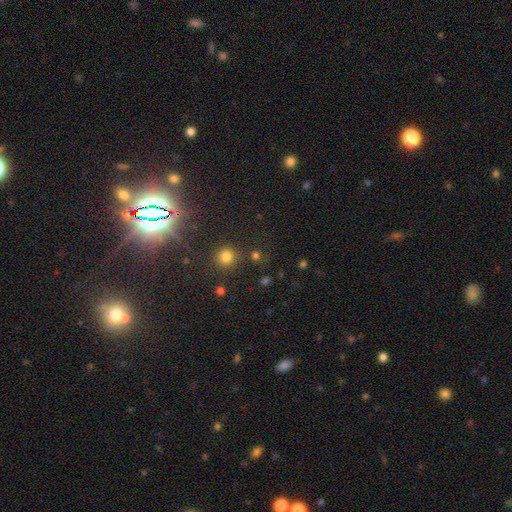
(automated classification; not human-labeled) Smooth or featured? Predicted: smooth (p=0.58). How rounded? Predicted: round (p=0.92). Merging? Predicted: none (p=0.85).